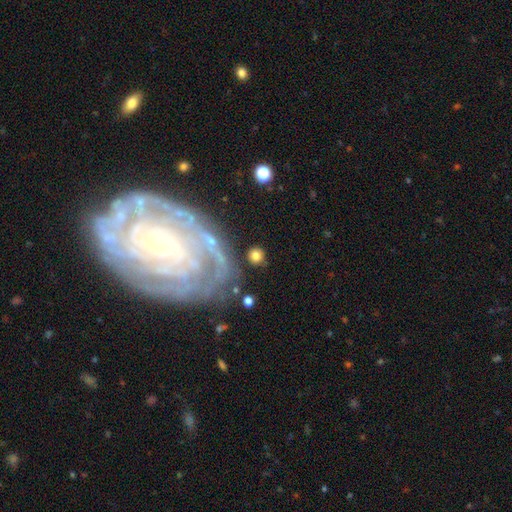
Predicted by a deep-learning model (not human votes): A smooth galaxy with no disk features (77%) that is round (86%). Merging: none (81%).